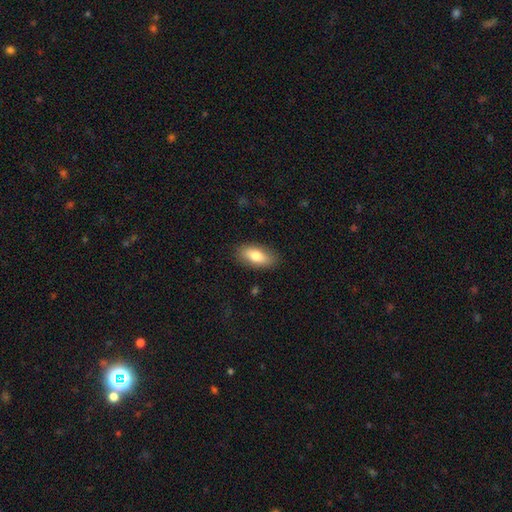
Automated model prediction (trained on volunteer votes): smooth_or_featured: smooth (p=0.77) [alt: featured or disk p=0.16]
how_rounded: in between (p=0.86) [alt: cigar-shaped p=0.10]
merging: none (p=0.85) [alt: minor disturbance p=0.11]